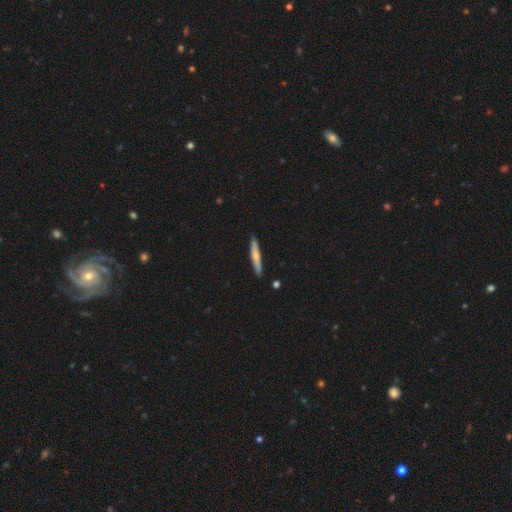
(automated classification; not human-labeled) This is possibly a smooth galaxy (55%). How rounded: clearly cigar-shaped (94%). Merging: clearly none (88%).